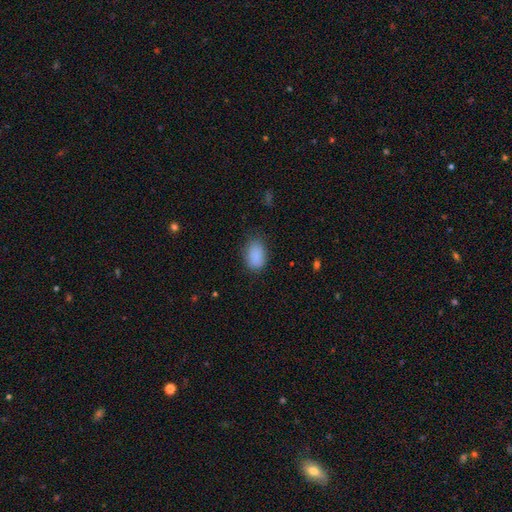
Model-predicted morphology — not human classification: This is clearly a smooth galaxy (88%). How rounded: clearly in between (87%). Merging: likely none (78%).